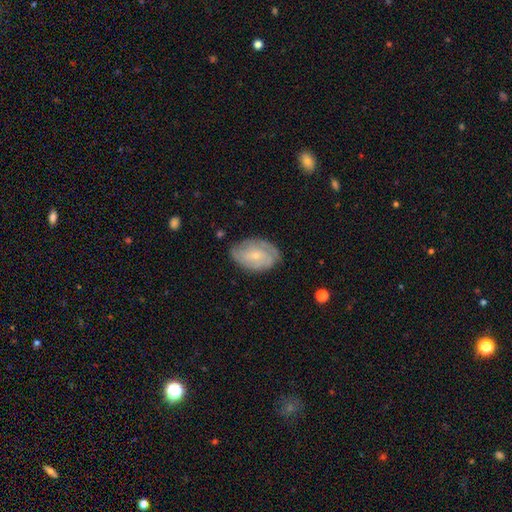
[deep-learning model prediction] Morphology: type=featured or disk (72%); edge-on=no (97%); bar=no (63%); spiral arms=yes (90%); winding=tight (58%); arm count=can't tell (35%); bulge=small (75%); merging=none (74%).